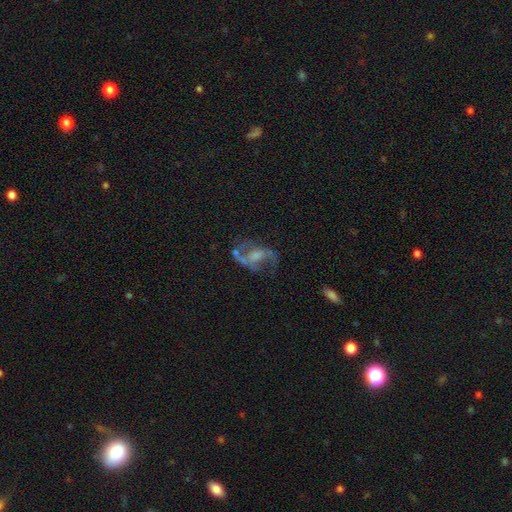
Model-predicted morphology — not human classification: This is likely a featured or disk galaxy (75%). It is clearly not viewed edge-on (96%). Bar: marginally no (43%). Spiral arm pattern: likely yes (78%). Spiral arm count: clearly 2 (83%). Spiral winding: possibly loose (55%). Central bulge: marginally moderate (34%). Merging: possibly none (52%).